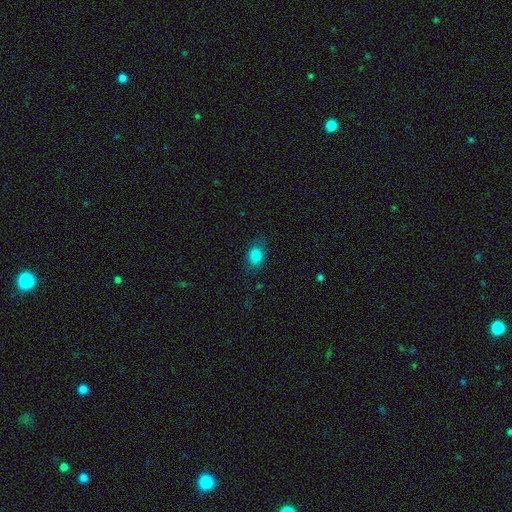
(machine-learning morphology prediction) smooth-or-featured: smooth: 84% | star or artifact: 10% | featured or disk: 5%
  how-rounded: in between: 73% | round: 26% | cigar-shaped: 1%
  merging: none: 72% | minor disturbance: 20% | major disturbance: 7% | merger: 1%